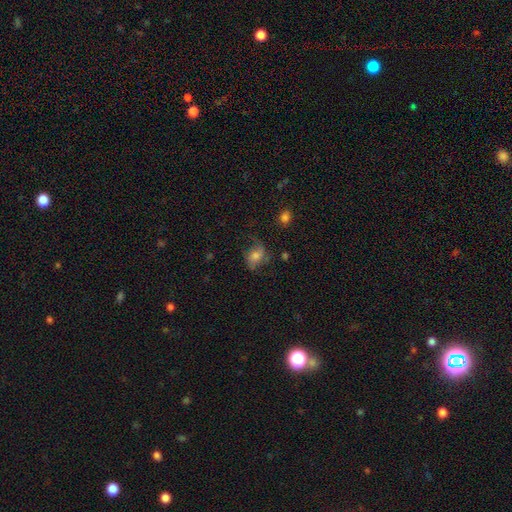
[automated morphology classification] Q: Smooth or featured?
A: smooth (52%); runner-up: featured or disk (36%)
Q: How rounded?
A: in between (61%); runner-up: round (37%)
Q: Merging?
A: none (53%); runner-up: minor disturbance (26%)